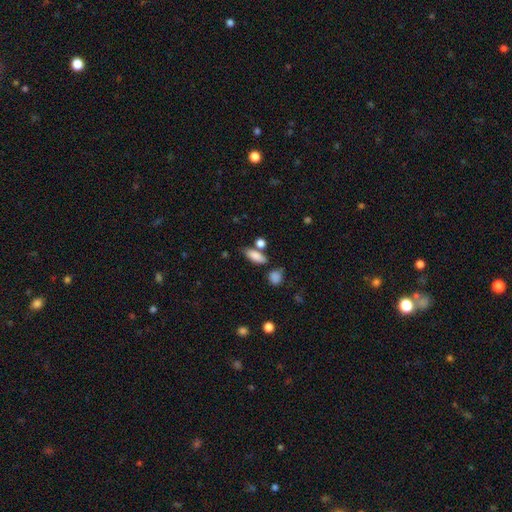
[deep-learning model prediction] This appears to be a smooth galaxy with no disk features (83%) that is in between round and cigar-shaped (74%). Merging: none (63%).